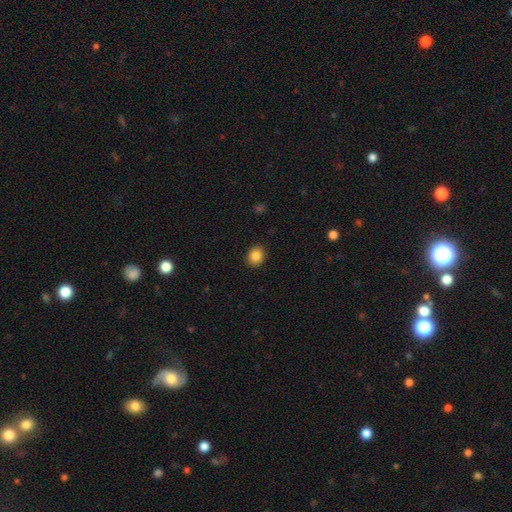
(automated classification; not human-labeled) Morphology: type=smooth (86%); roundness=round (63%); merging=none (90%).